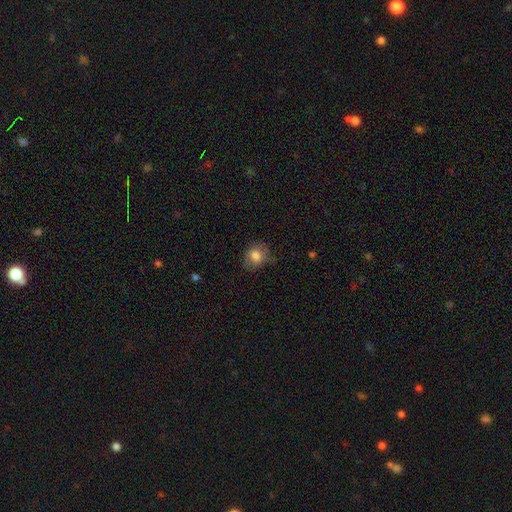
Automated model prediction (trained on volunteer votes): smooth-or-featured: smooth: 76% | featured or disk: 15% | star or artifact: 9%
  how-rounded: round: 64% | in between: 35% | cigar-shaped: 1%
  merging: none: 61% | minor disturbance: 27% | major disturbance: 10% | merger: 1%